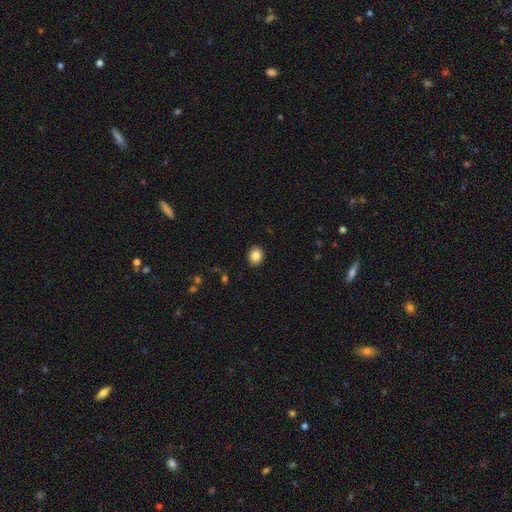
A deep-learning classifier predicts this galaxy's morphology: A smooth galaxy with no disk features (84%) that is round (67%).

Vote fractions:
- Smooth or featured? smooth: 84% / star or artifact: 9% / featured or disk: 6%
- How rounded? round: 67% / in between: 32% / cigar-shaped: 1%
- Merging? none: 91% / minor disturbance: 6% / major disturbance: 2% / merger: 1%